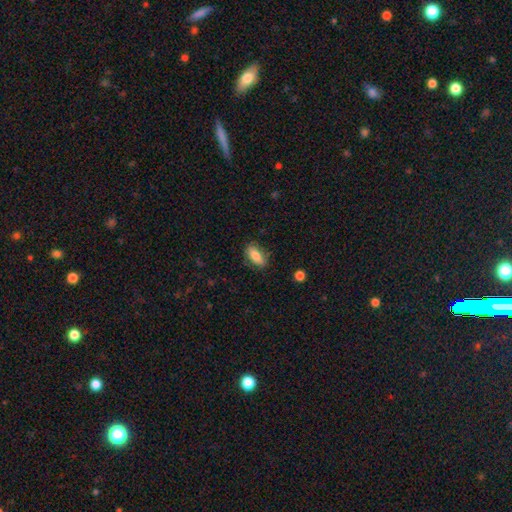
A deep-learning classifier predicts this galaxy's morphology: Overall: smooth (75%). How rounded: in between (82%). Merging: none (76%).